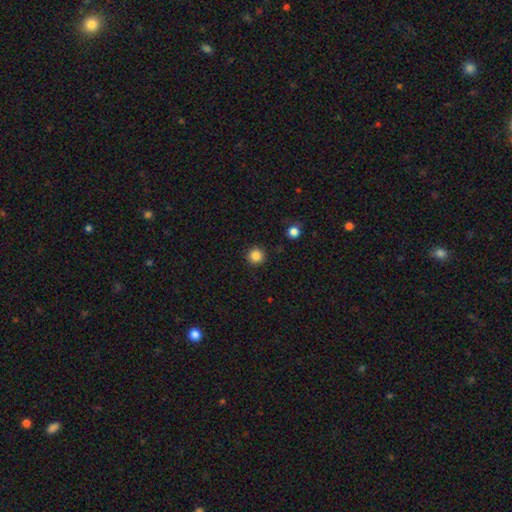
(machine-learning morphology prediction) type=smooth (86%); roundness=round (95%); merging=none (91%).